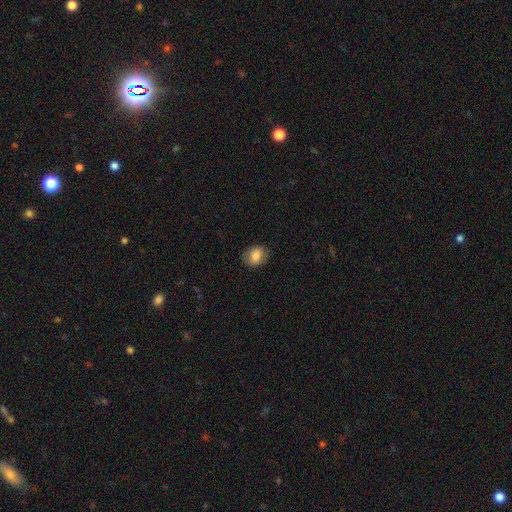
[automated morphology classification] smooth_or_featured: smooth (p=0.83) [alt: featured or disk p=0.09]
how_rounded: in between (p=0.54) [alt: round p=0.44]
merging: none (p=0.85) [alt: minor disturbance p=0.11]